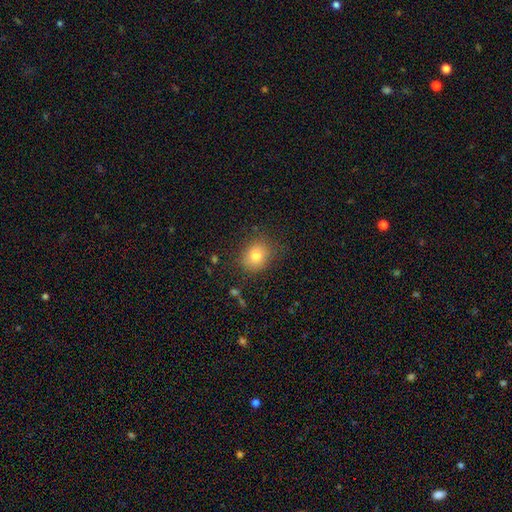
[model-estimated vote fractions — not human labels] smooth-or-featured: smooth: 79% | star or artifact: 11% | featured or disk: 9%
  how-rounded: round: 60% | in between: 40% | cigar-shaped: 1%
  merging: none: 80% | minor disturbance: 14% | major disturbance: 4% | merger: 2%